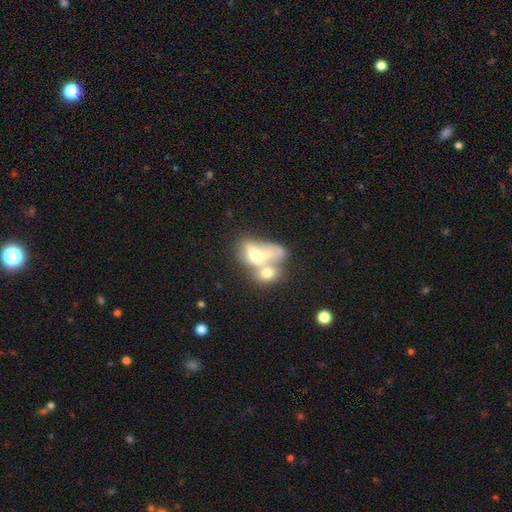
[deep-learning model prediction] A smooth galaxy with no disk features (47%). Merging: merger (72%).